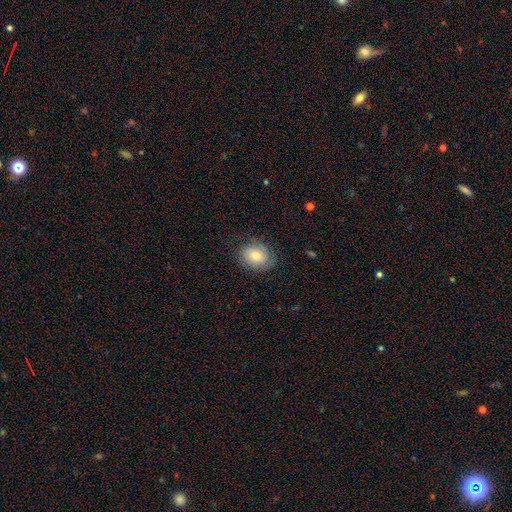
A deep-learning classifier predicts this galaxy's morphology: This is likely a smooth galaxy (71%). How rounded: possibly round (51%). Merging: likely none (74%).